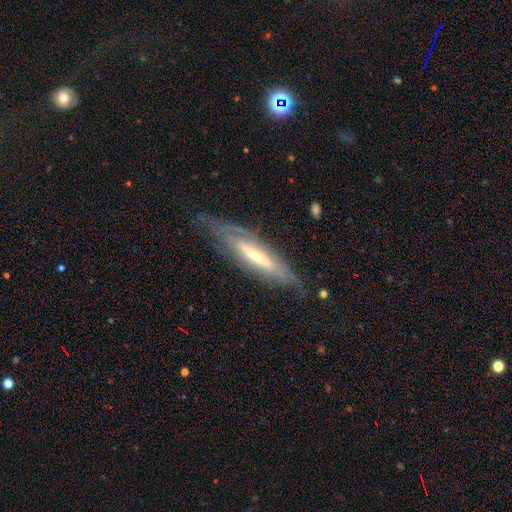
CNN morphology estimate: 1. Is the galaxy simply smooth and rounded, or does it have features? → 74% featured or disk, 20% smooth, 6% star or artifact.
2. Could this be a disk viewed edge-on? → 62% yes, 38% no.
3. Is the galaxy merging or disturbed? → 67% none, 22% minor disturbance, 10% major disturbance, 2% merger.